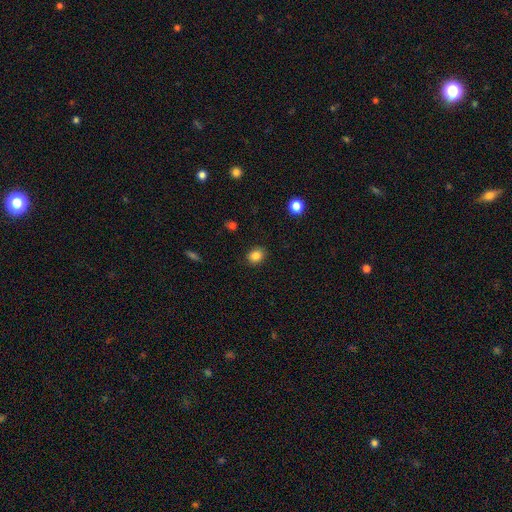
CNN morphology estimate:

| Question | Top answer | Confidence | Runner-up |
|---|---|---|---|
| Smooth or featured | smooth | 85% | star or artifact (10%) |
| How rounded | round | 53% | in between (46%) |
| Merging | none | 89% | minor disturbance (8%) |